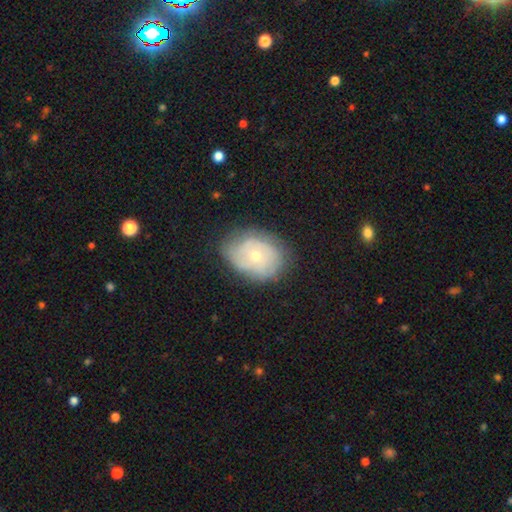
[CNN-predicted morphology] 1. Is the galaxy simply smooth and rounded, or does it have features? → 60% featured or disk, 33% smooth, 7% star or artifact.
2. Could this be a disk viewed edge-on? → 96% no, 4% yes.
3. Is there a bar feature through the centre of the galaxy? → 83% no, 15% weak, 3% strong.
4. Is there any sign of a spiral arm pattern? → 71% yes, 29% no.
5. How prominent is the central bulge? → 48% small (tied), 48% moderate (tied), 2% large, 1% none, 1% dominant.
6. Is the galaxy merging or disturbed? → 69% none, 22% minor disturbance, 7% major disturbance, 1% merger.